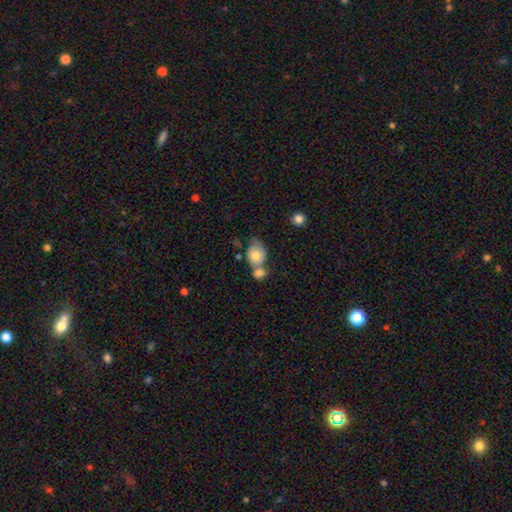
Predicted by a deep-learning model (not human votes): A smooth galaxy with no disk features (73%) that is in between round and cigar-shaped (57%). Merging: merger (55%).